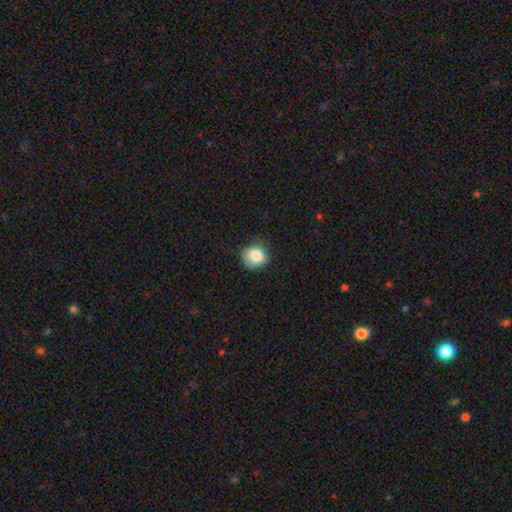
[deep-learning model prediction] This is clearly a smooth galaxy (83%). How rounded: likely round (79%). Merging: likely none (68%).